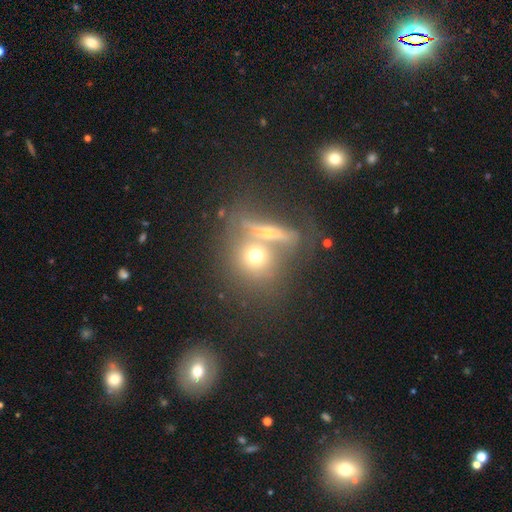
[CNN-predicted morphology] type=smooth (56%); roundness=round (75%); merging=merger (47%).